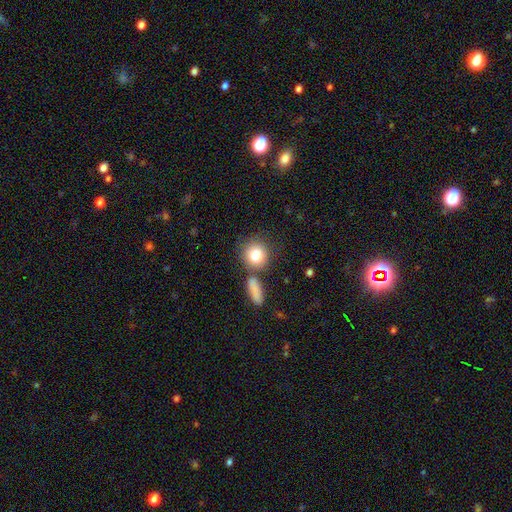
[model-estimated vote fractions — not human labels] Overall: smooth (82%). How rounded: round (86%). Merging: none (68%).